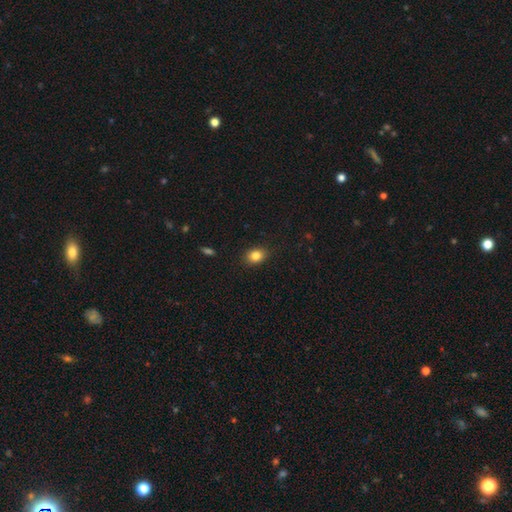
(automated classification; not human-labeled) This is clearly a smooth galaxy (84%). How rounded: likely in between (65%). Merging: clearly none (88%).